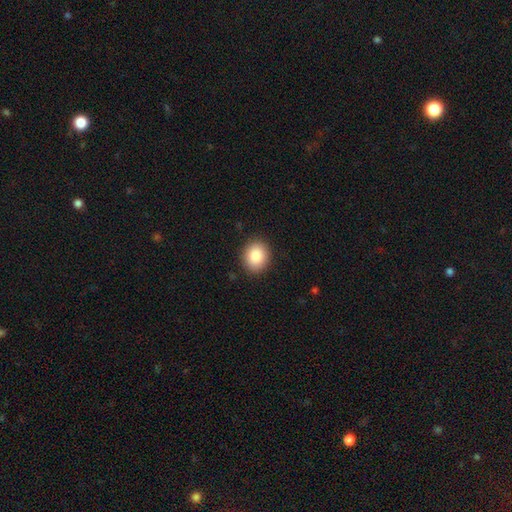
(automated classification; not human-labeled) smooth_or_featured: smooth (p=0.87) [alt: star or artifact p=0.08]
how_rounded: round (p=0.60) [alt: in between p=0.39]
merging: none (p=0.89) [alt: minor disturbance p=0.08]